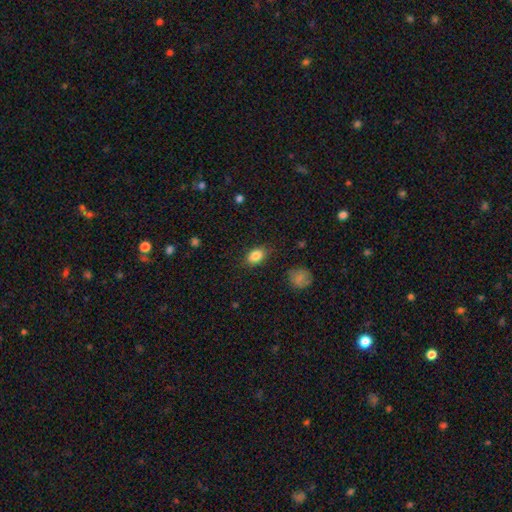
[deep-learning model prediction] This appears to be a smooth galaxy with no disk features (85%) that is in between round and cigar-shaped (83%). Merging: none (83%).